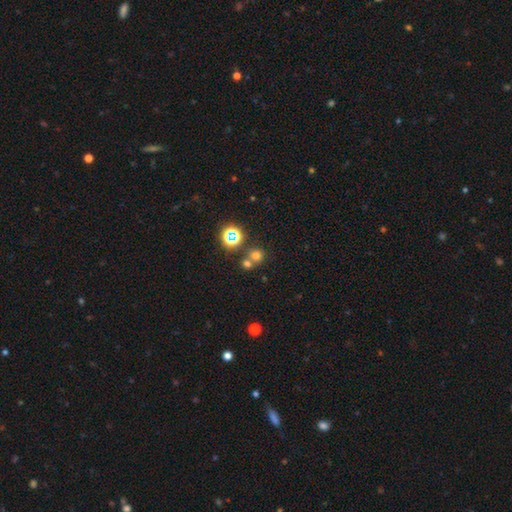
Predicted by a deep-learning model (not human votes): A smooth galaxy with no disk features (62%) that is round (86%). Merging: none (55%).